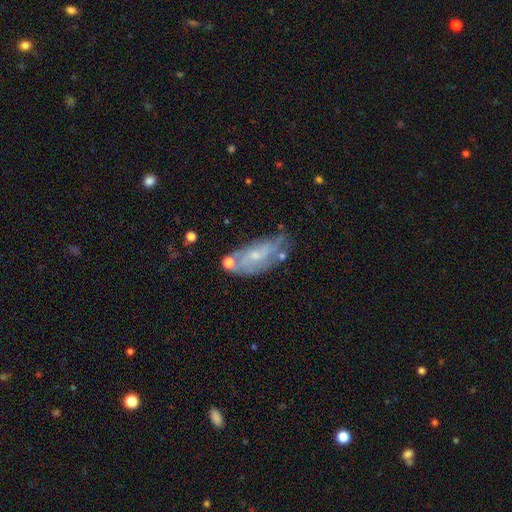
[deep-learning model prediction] Morphology: type=featured or disk (61%); edge-on=no (87%); bar=no (66%); spiral arms=yes (64%); bulge=small (70%); merging=none (53%).